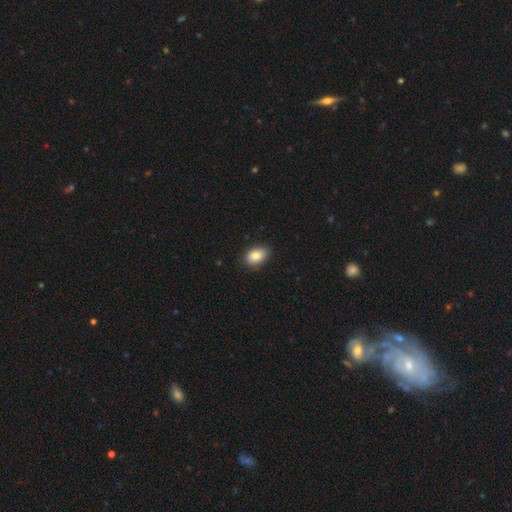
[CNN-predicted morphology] Smooth or featured?
  - smooth: 83% *
  - featured or disk: 9%
  - star or artifact: 8%
How rounded?
  - in between: 84% *
  - round: 14%
  - cigar-shaped: 1%
Merging?
  - none: 83% *
  - minor disturbance: 14%
  - major disturbance: 2%
  - merger: 1%